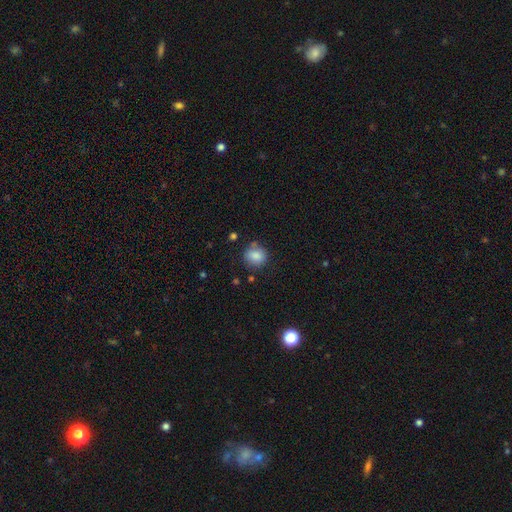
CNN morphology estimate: Smooth or featured: smooth — 85% (star or artifact — 9%)
How rounded: round — 81% (in between — 18%)
Merging: none — 73% (minor disturbance — 17%)